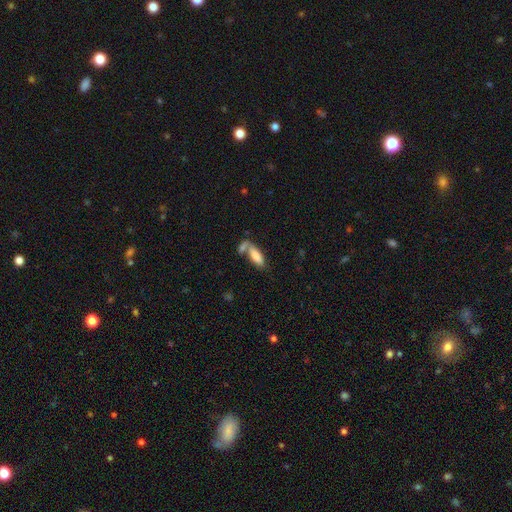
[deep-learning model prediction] A smooth galaxy with no disk features (79%) that is in between round and cigar-shaped (71%). Merging: none (41%, tied with merger).